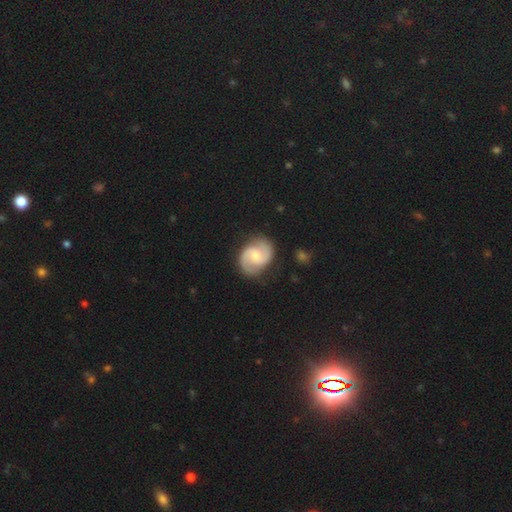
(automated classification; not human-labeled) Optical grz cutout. It shows a featured or disk galaxy (84%) with no bar (48%), 2 (92%) medium (56%) spiral arms (97%) and a moderate central bulge (50%). Merging: none (82%).